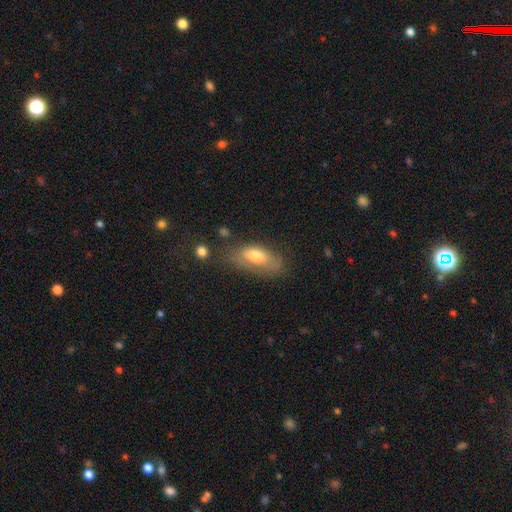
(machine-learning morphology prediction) smooth_or_featured: smooth (p=0.62) [alt: featured or disk p=0.29]
how_rounded: in between (p=0.83) [alt: cigar-shaped p=0.14]
merging: none (p=0.53) [alt: minor disturbance p=0.28]